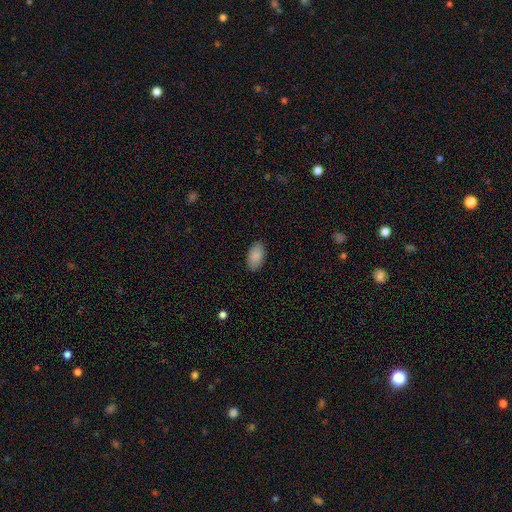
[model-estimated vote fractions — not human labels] The model was most divided on "merging": none: 87%, minor disturbance: 10%, major disturbance: 2%, merger: 1%. More confident: how rounded — in between (94%); smooth or featured — smooth (89%).